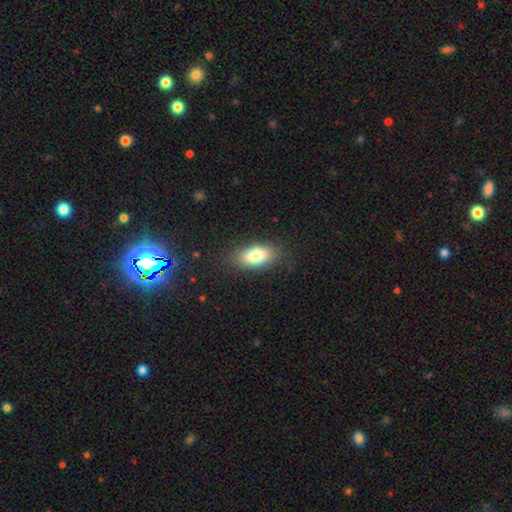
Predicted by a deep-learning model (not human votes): Q: Smooth or featured?
A: smooth (79%); runner-up: featured or disk (13%)
Q: How rounded?
A: in between (89%); runner-up: cigar-shaped (6%)
Q: Merging?
A: none (84%); runner-up: minor disturbance (11%)